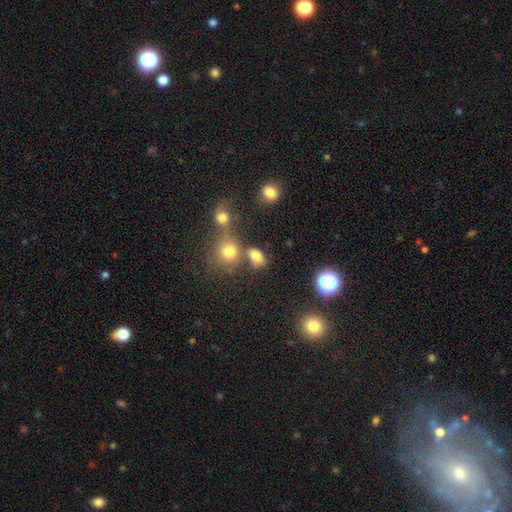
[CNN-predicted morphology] Smooth or featured? smooth (76%)
How rounded? in between (68%)
Merging? none (56%)